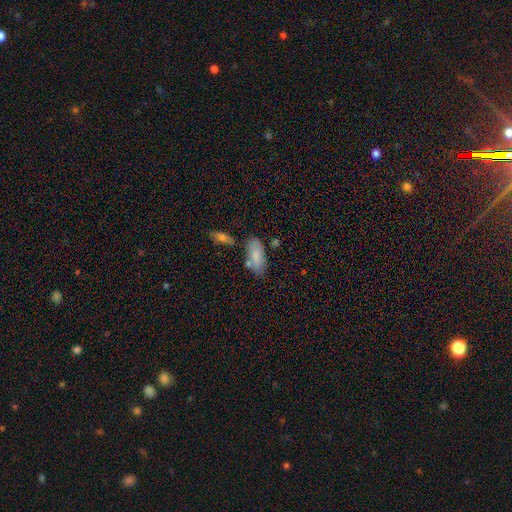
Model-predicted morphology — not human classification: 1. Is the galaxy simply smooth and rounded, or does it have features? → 81% smooth, 13% featured or disk, 6% star or artifact.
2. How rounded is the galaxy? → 88% in between, 10% cigar-shaped, 2% round.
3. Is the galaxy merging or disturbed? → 68% none, 17% minor disturbance, 10% merger, 4% major disturbance.